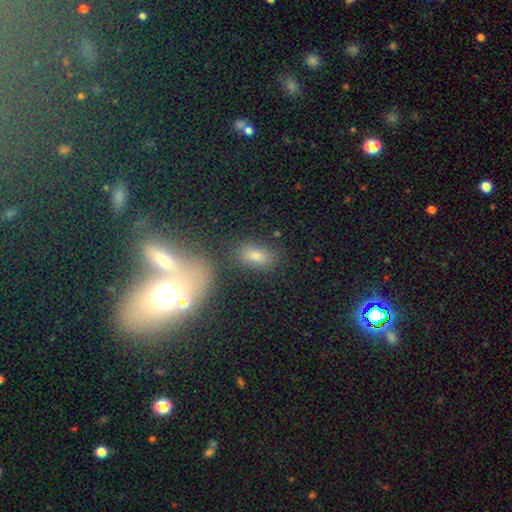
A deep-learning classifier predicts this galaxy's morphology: This appears to be a smooth galaxy with no disk features (76%) that is in between round and cigar-shaped (85%). Merging: none (77%).